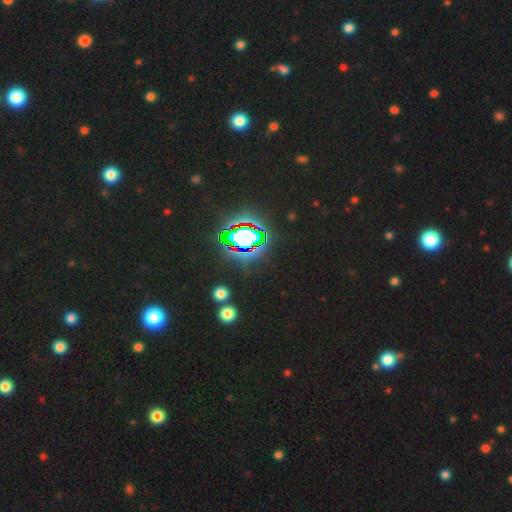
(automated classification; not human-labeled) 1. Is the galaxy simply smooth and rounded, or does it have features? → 83% star or artifact, 10% smooth, 7% featured or disk.